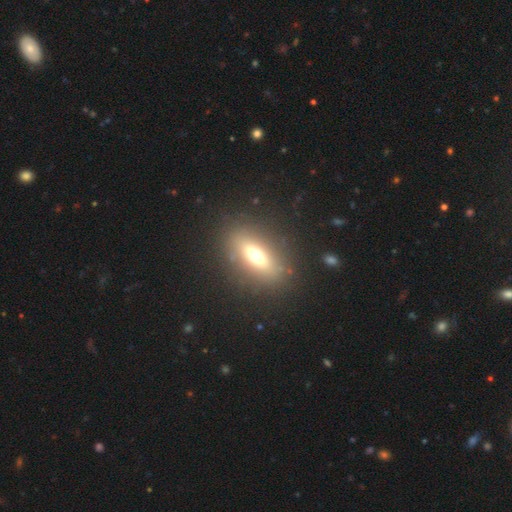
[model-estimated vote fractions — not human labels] Overall: smooth (53%; featured or disk 36%). How rounded: in between (66%; cigar-shaped 27%). Merging: none (84%).